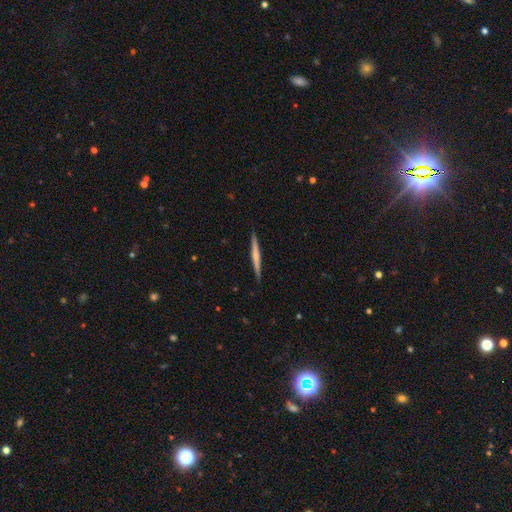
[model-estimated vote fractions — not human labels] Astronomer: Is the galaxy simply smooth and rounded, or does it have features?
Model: featured or disk — 52% (runner-up: smooth, 43%).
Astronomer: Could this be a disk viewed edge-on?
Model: yes — 98%.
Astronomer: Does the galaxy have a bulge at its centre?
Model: none — 56% (runner-up: rounded, 33%).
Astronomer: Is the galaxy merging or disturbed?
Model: none — 91%.